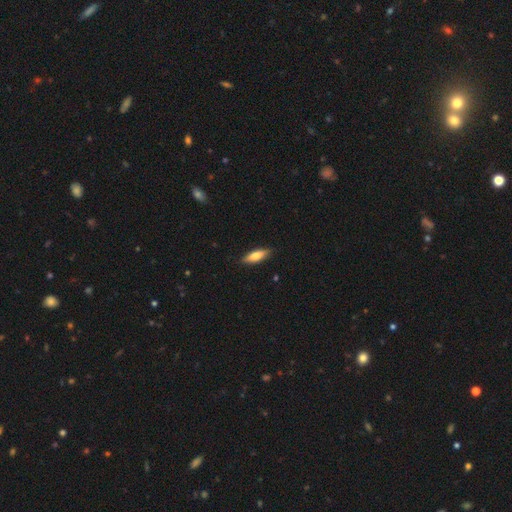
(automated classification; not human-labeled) Overall: smooth (73%). How rounded: in between (50%; cigar-shaped 48%). Merging: none (86%).